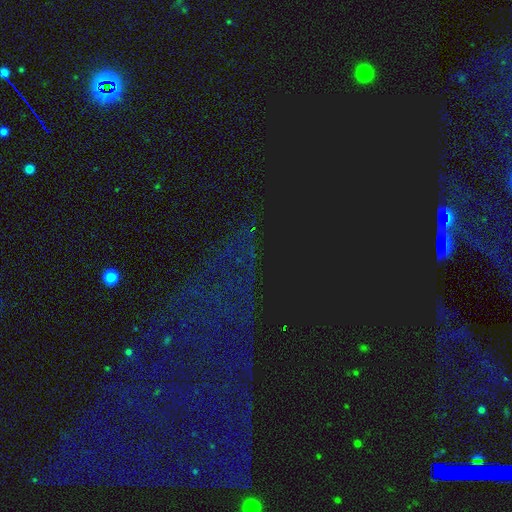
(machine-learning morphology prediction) Smooth or featured? Predicted: star or artifact (p=0.83).